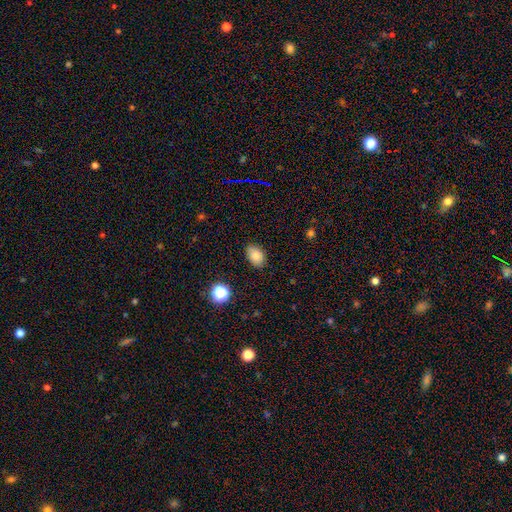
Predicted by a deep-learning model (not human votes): smooth-or-featured: smooth: 84% | star or artifact: 10% | featured or disk: 6%
  how-rounded: in between: 84% | round: 15% | cigar-shaped: 1%
  merging: none: 84% | minor disturbance: 12% | major disturbance: 3% | merger: 1%